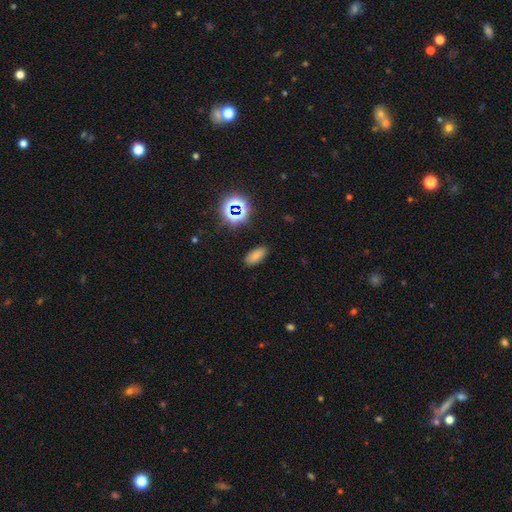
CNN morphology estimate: A smooth galaxy with no disk features (75%) that is in between round and cigar-shaped (88%). Merging: none (86%).